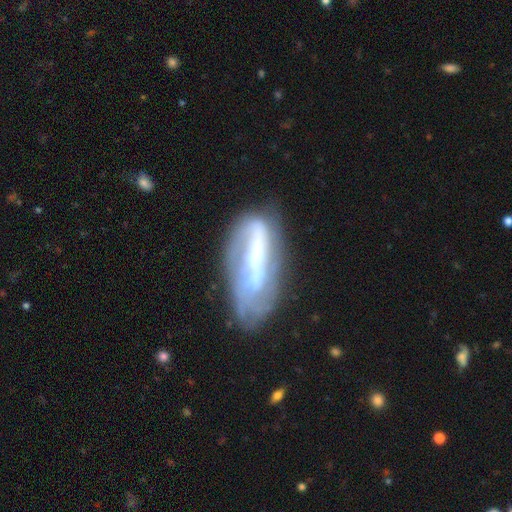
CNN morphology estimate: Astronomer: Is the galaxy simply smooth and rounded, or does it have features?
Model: featured or disk — 64%.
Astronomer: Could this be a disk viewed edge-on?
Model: no — 83%.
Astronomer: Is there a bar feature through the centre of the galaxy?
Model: strong — 58%.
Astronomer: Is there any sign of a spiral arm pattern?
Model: yes — 53% (runner-up: no, 47%).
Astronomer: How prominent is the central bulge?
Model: small — 30% (runner-up: moderate, 28%).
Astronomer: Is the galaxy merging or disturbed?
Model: none — 53%.